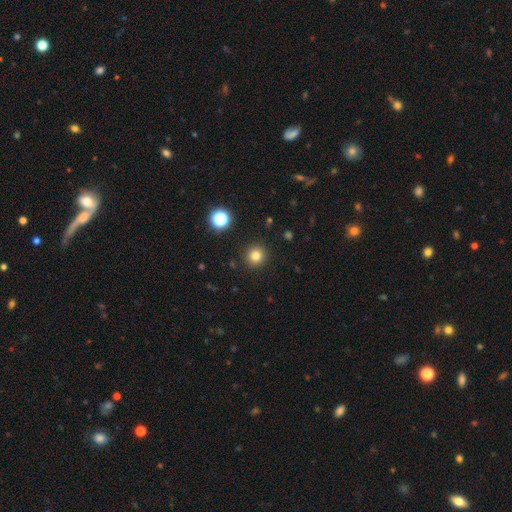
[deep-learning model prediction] A smooth galaxy with no disk features (81%) that is round (94%). Merging: none (91%).